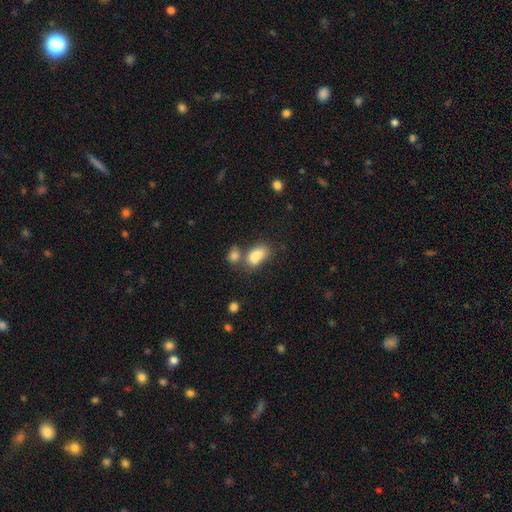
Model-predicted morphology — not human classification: Smooth or featured?
  - smooth: 82% *
  - featured or disk: 10%
  - star or artifact: 8%
How rounded?
  - in between: 89% *
  - round: 9%
  - cigar-shaped: 2%
Merging?
  - merger: 39% *
  - none: 37%
  - minor disturbance: 16%
  - major disturbance: 7%